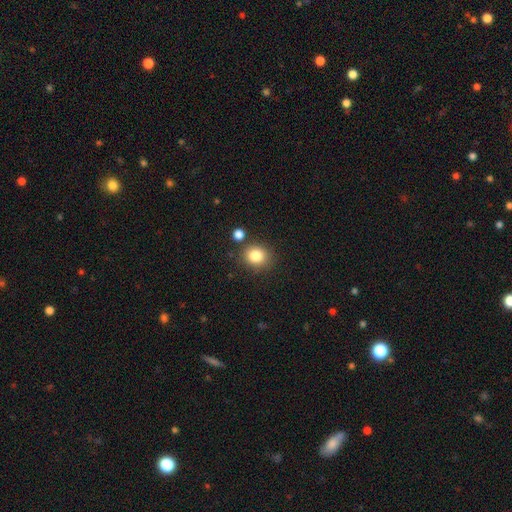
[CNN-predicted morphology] Smooth or featured: smooth — 83% (star or artifact — 11%)
How rounded: round — 79% (in between — 20%)
Merging: none — 81% (minor disturbance — 10%)